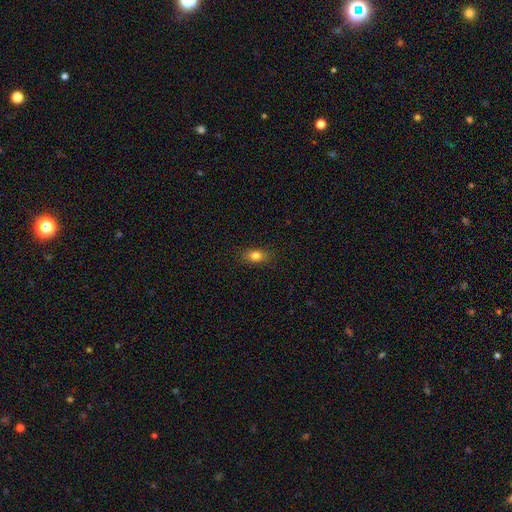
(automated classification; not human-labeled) smooth 81%, star or artifact 10%, featured or disk 9%. Down the decision tree: how rounded — in between (81%); merging — none (86%).